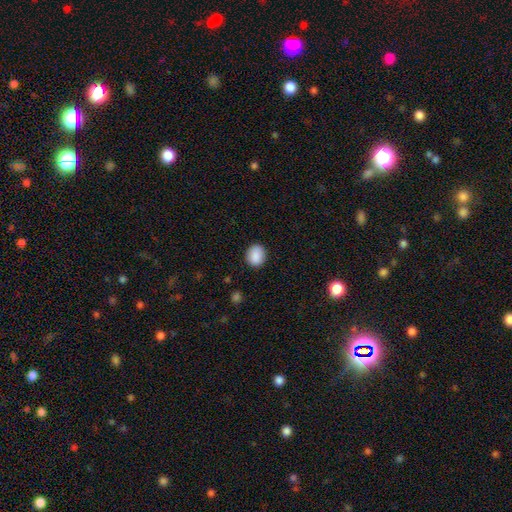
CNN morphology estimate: type=smooth (89%); roundness=round (67%); merging=none (89%).